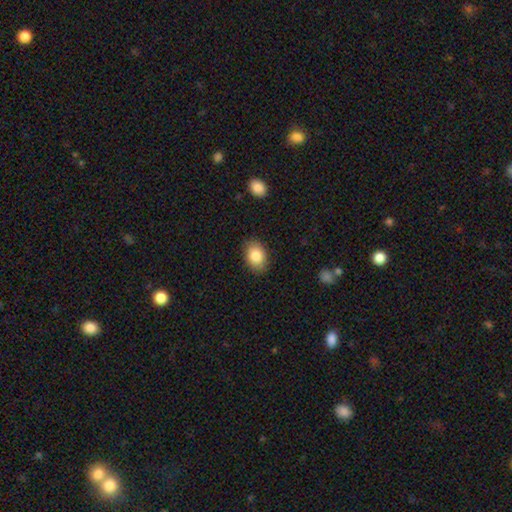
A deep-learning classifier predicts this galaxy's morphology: The model was most divided on "how rounded": in between: 81%, round: 18%, cigar-shaped: 1%. More confident: merging — none (86%); smooth or featured — smooth (85%).